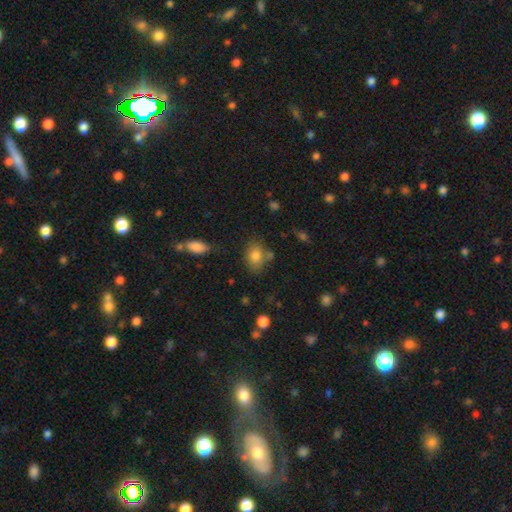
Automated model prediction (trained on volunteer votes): A smooth galaxy with no disk features (80%) that is in between round and cigar-shaped (69%).

Vote fractions:
- Smooth or featured? smooth: 80% / featured or disk: 10% / star or artifact: 10%
- How rounded? in between: 69% / round: 30% / cigar-shaped: 1%
- Merging? none: 66% / minor disturbance: 18% / merger: 10% / major disturbance: 5%